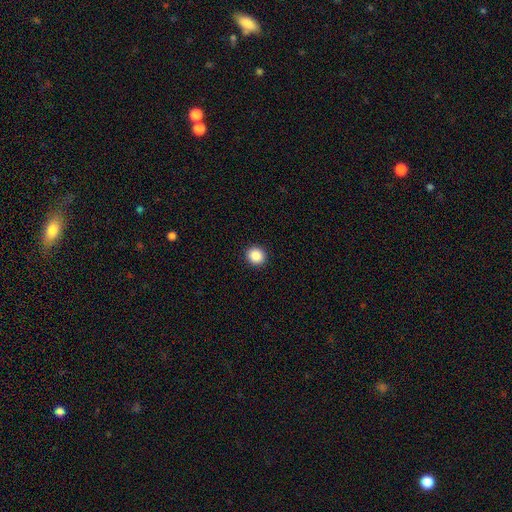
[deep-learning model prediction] smooth 88%, star or artifact 9%, featured or disk 3%. Down the decision tree: how rounded — round (89%); merging — none (93%).